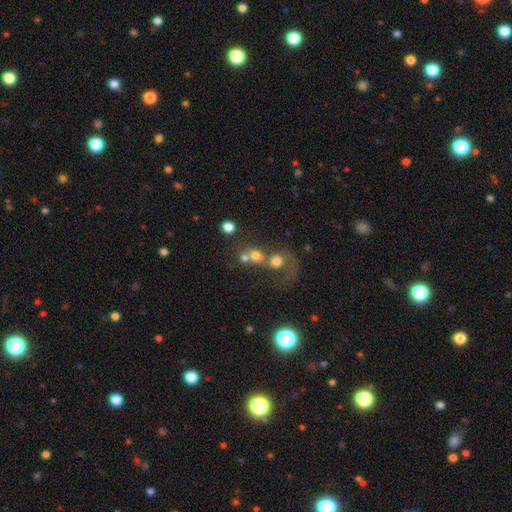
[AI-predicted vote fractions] The model was most divided on "merging": merger: 58%, none: 24%, major disturbance: 11%, minor disturbance: 6%. More confident: how rounded — round (78%); smooth or featured — smooth (62%).